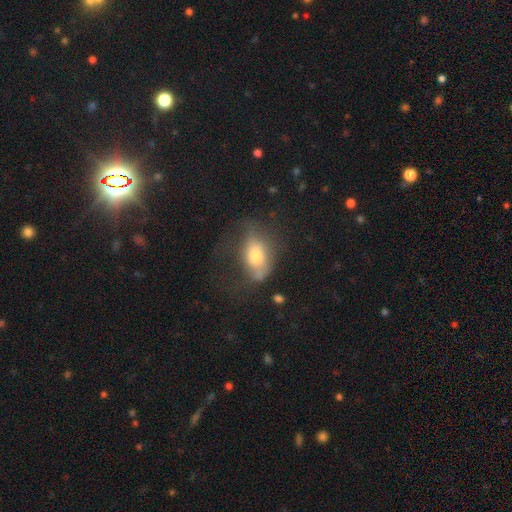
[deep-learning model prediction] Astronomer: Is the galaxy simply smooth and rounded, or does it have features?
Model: smooth — 60%.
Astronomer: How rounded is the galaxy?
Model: in between — 83%.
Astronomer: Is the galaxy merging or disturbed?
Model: none — 39% (runner-up: major disturbance, 30%).